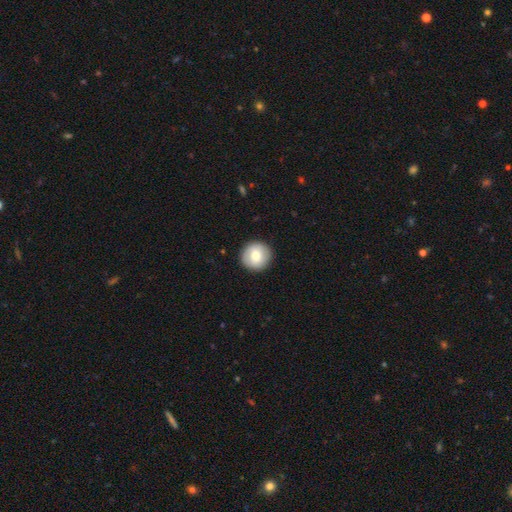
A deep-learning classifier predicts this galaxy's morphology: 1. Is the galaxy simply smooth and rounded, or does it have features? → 75% smooth, 18% featured or disk, 7% star or artifact.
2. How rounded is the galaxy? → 94% round, 5% in between, 1% cigar-shaped.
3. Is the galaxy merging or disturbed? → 91% none, 6% minor disturbance, 2% major disturbance, 1% merger.